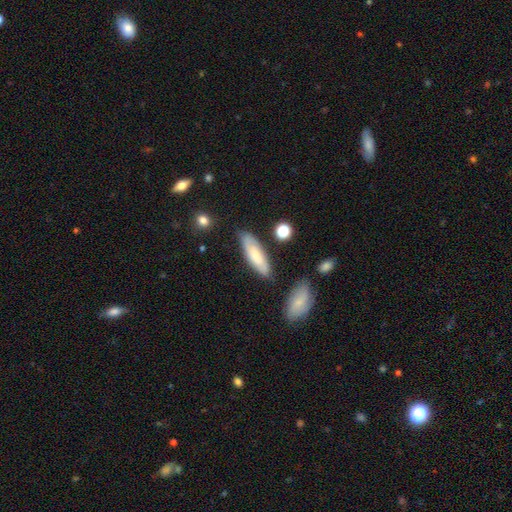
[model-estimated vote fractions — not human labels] Morphology: type=smooth (68%); roundness=in between (50%); merging=none (77%).